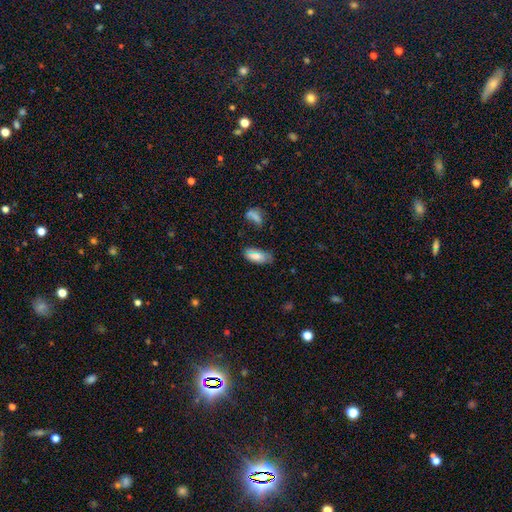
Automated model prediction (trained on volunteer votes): Morphology: type=smooth (78%); roundness=in between (88%); merging=none (60%).